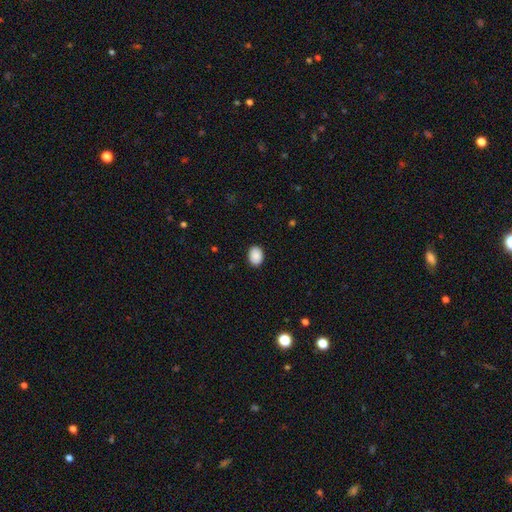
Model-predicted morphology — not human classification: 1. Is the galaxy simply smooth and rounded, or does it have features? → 90% smooth, 7% star or artifact, 3% featured or disk.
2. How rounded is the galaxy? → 68% in between, 31% round, 1% cigar-shaped.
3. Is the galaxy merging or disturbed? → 90% none, 7% minor disturbance, 2% major disturbance, 1% merger.